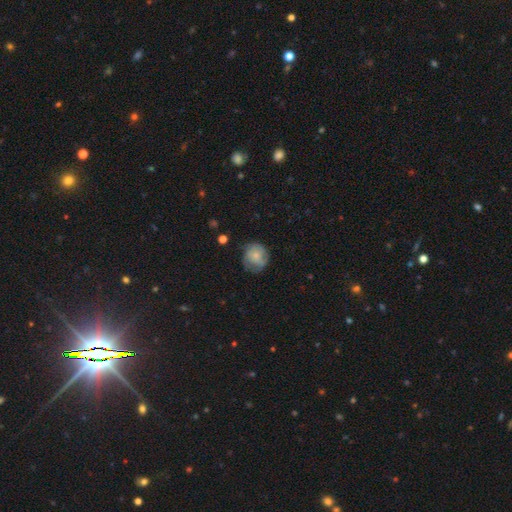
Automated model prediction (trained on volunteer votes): Q: Smooth or featured?
A: smooth (64%); runner-up: featured or disk (28%)
Q: How rounded?
A: round (79%); runner-up: in between (20%)
Q: Merging?
A: none (62%); runner-up: minor disturbance (27%)